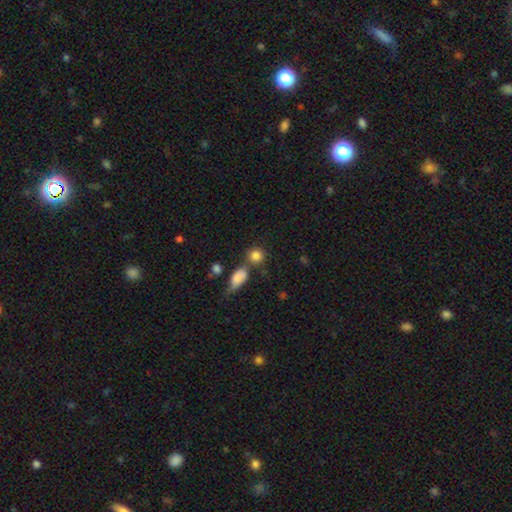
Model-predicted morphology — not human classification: Smooth or featured: smooth — 84% (star or artifact — 9%)
How rounded: round — 80% (in between — 18%)
Merging: none — 59% (merger — 25%)